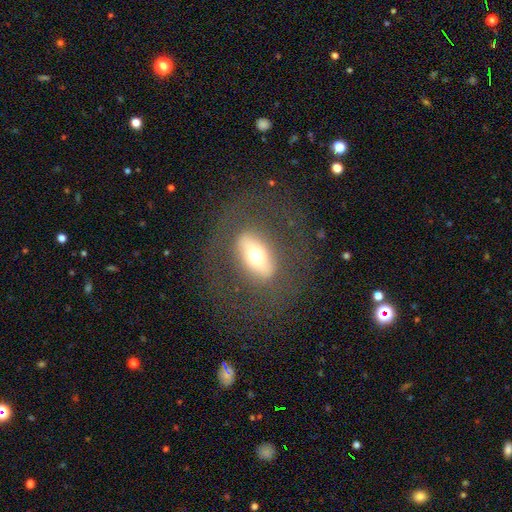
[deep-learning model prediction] smooth_or_featured: featured or disk (p=0.49) [alt: smooth p=0.42]
merging: none (p=0.74) [alt: major disturbance p=0.13]